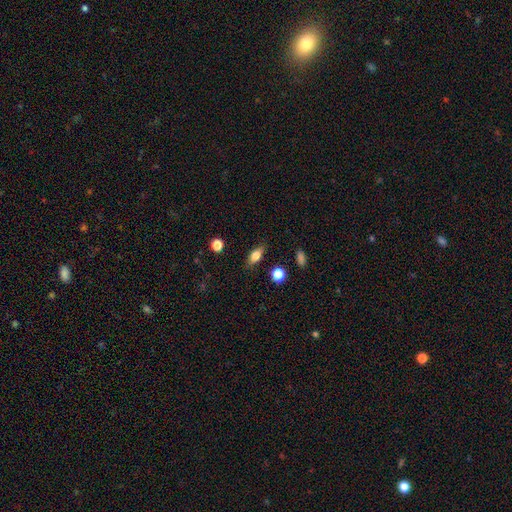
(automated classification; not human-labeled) Smooth or featured? smooth (73%)
How rounded? in between (74%)
Merging? none (83%)